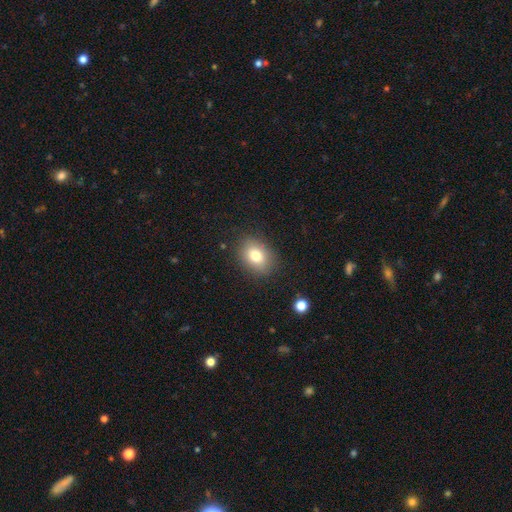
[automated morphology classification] This appears to be a smooth galaxy with no disk features (79%) that is in between round and cigar-shaped (67%). Merging: none (85%).